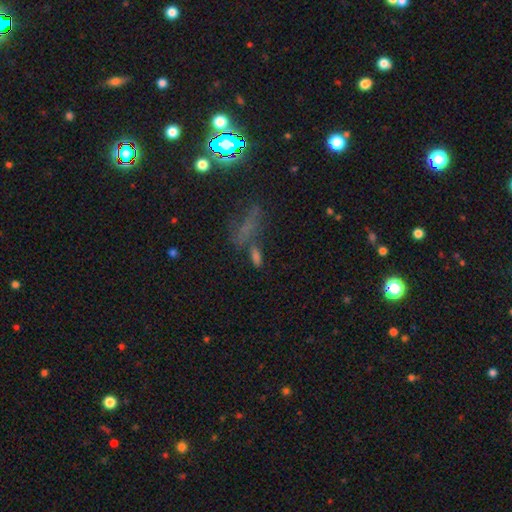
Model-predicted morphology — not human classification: Smooth or featured? Predicted: smooth (p=0.54). How rounded? Predicted: in between (p=0.51). Merging? Predicted: none (p=0.48).